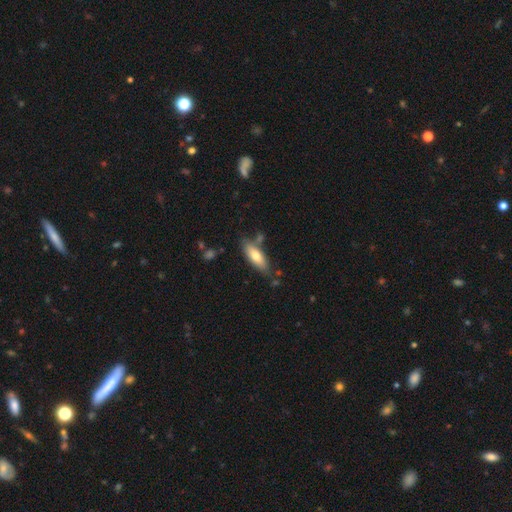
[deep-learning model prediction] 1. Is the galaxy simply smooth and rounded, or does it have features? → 70% smooth, 24% featured or disk, 6% star or artifact.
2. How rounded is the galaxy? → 60% in between, 38% cigar-shaped, 2% round.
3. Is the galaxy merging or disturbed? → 72% none, 17% minor disturbance, 7% merger, 4% major disturbance.